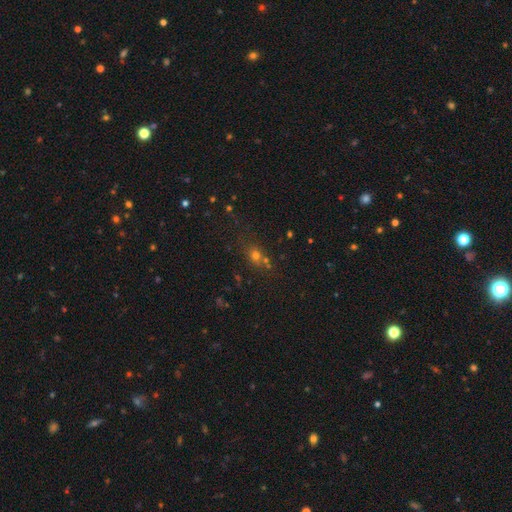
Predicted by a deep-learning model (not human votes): smooth-or-featured: smooth: 61% | star or artifact: 26% | featured or disk: 12%
  how-rounded: round: 67% | in between: 30% | cigar-shaped: 3%
  merging: none: 63% | merger: 16% | minor disturbance: 14% | major disturbance: 6%